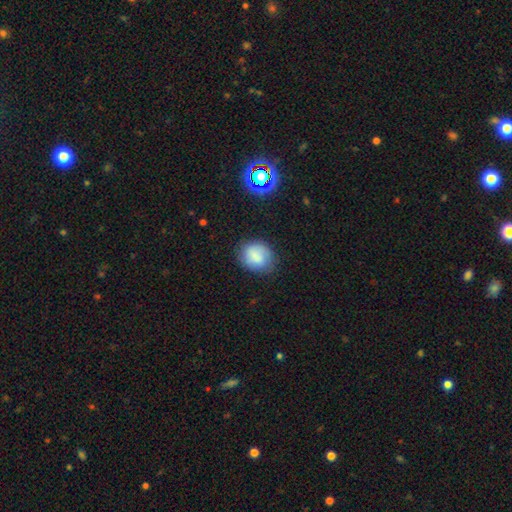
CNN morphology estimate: Smooth or featured? smooth (76%)
How rounded? round (59%)
Merging? none (72%)